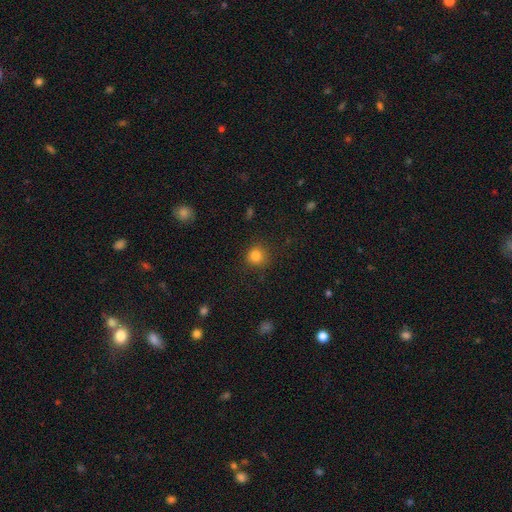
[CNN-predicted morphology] smooth 84%, star or artifact 12%, featured or disk 5%. Down the decision tree: how rounded — round (89%); merging — none (86%).